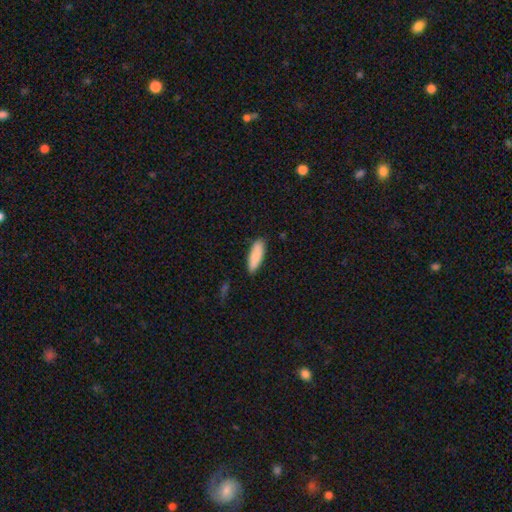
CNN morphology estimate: smooth 86%, featured or disk 8%, star or artifact 6%. Down the decision tree: how rounded — in between (57%); merging — none (86%).